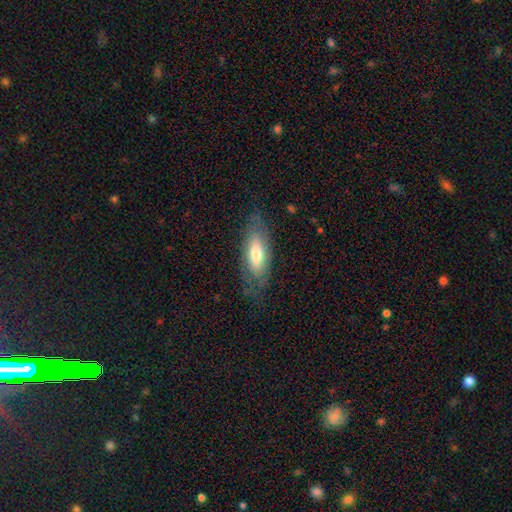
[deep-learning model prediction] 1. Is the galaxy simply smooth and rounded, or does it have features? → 62% smooth, 31% featured or disk, 6% star or artifact.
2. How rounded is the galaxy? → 71% in between, 27% cigar-shaped, 2% round.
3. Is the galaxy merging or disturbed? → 71% none, 20% minor disturbance, 8% major disturbance, 1% merger.